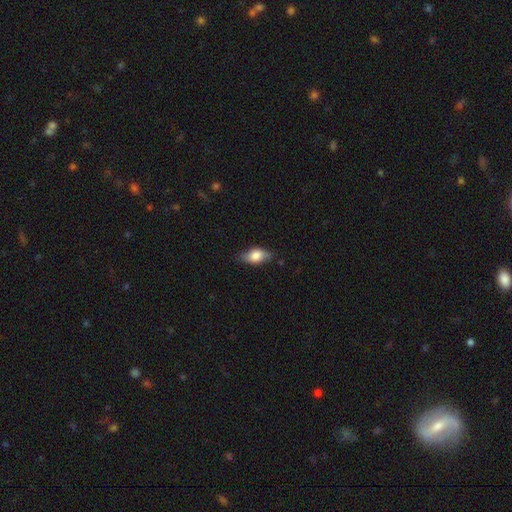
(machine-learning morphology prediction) Smooth or featured?
  - smooth: 72% *
  - featured or disk: 21%
  - star or artifact: 7%
How rounded?
  - in between: 85% *
  - cigar-shaped: 8%
  - round: 7%
Merging?
  - none: 77% *
  - minor disturbance: 18%
  - major disturbance: 3%
  - merger: 1%